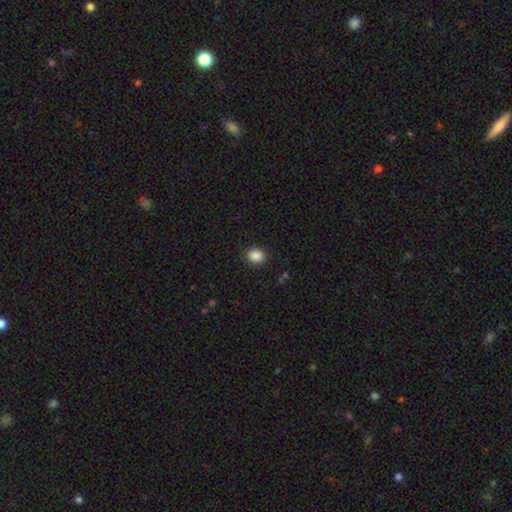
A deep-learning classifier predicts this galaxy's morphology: Smooth or featured? Predicted: smooth (p=0.88). How rounded? Predicted: round (p=0.52). Merging? Predicted: none (p=0.89).